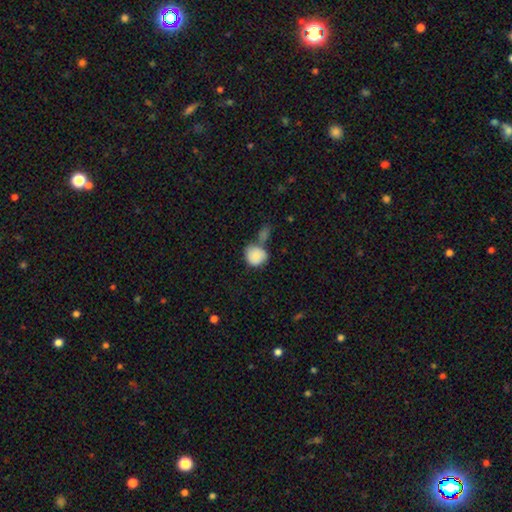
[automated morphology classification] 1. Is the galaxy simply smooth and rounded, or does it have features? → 85% smooth, 8% featured or disk, 7% star or artifact.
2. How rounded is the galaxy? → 78% round, 21% in between, 1% cigar-shaped.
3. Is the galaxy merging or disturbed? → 42% none, 36% merger, 16% minor disturbance, 6% major disturbance.